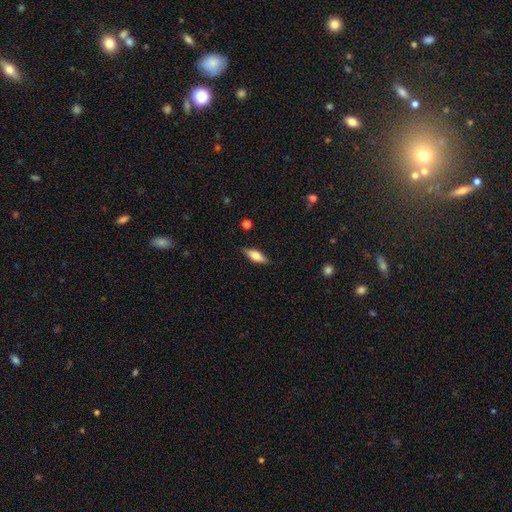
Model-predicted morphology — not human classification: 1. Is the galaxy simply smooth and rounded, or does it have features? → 69% smooth, 25% featured or disk, 6% star or artifact.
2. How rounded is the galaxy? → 68% in between, 30% cigar-shaped, 2% round.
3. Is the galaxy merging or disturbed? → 86% none, 11% minor disturbance, 2% major disturbance, 1% merger.